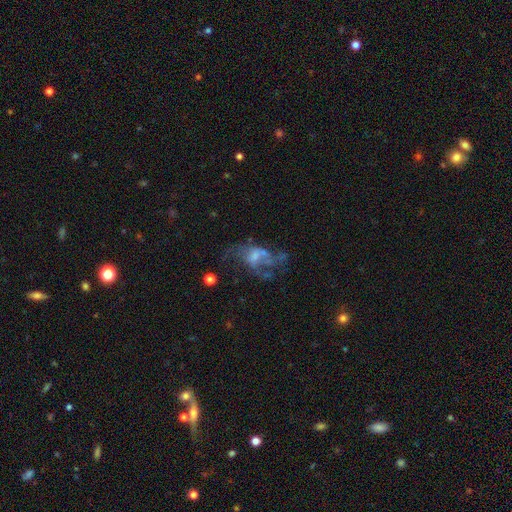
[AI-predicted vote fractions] Smooth or featured?
  - featured or disk: 63% *
  - smooth: 22%
  - star or artifact: 14%
Edge-on disk?
  - no: 96% *
  - yes: 4%
Bar?
  - no: 66% *
  - weak: 29%
  - strong: 6%
Spiral arms?
  - no: 57% *
  - yes: 43%
Bulge size?
  - small: 36% *
  - moderate: 30%
  - none: 27%
  - large: 5%
  - dominant: 1%
Merging?
  - major disturbance: 41% *
  - none: 31%
  - minor disturbance: 15%
  - merger: 13%